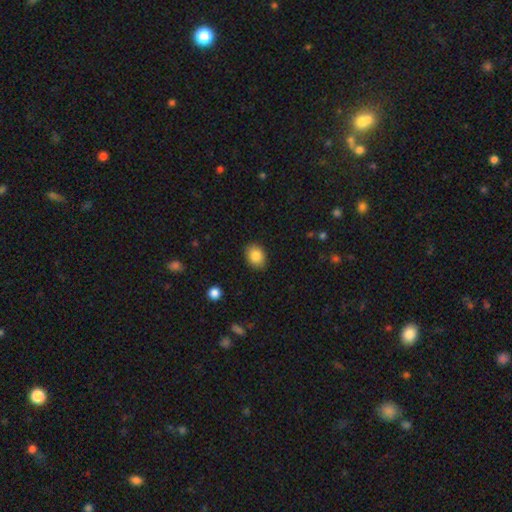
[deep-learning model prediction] Smooth or featured?
  - smooth: 85% *
  - star or artifact: 8%
  - featured or disk: 6%
How rounded?
  - in between: 60% *
  - round: 39%
  - cigar-shaped: 1%
Merging?
  - none: 87% *
  - minor disturbance: 9%
  - major disturbance: 2%
  - merger: 1%